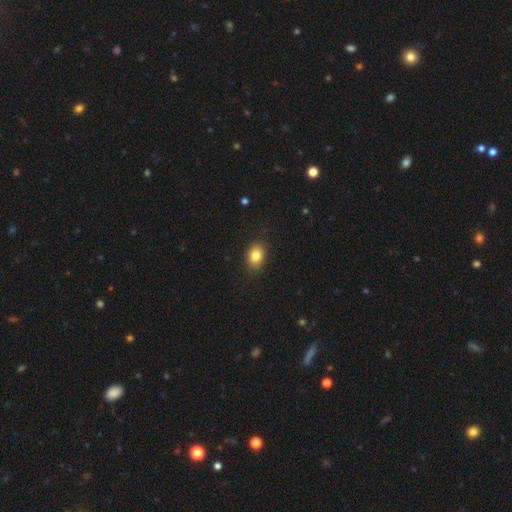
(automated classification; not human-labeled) A smooth galaxy with no disk features (83%) that is in between round and cigar-shaped (67%). Merging: none (87%).